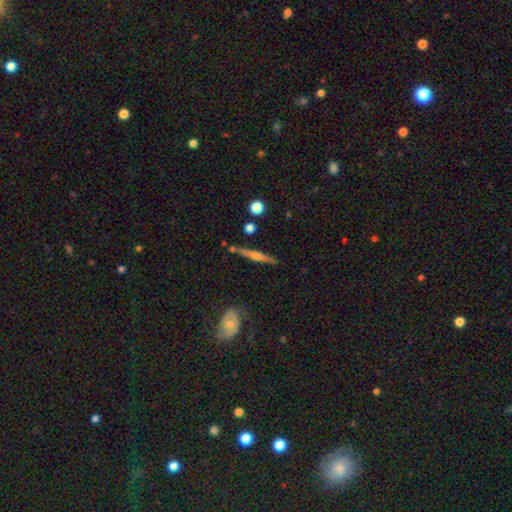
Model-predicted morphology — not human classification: Smooth or featured? Predicted: featured or disk (p=0.66). Edge-on disk? Predicted: yes (p=0.97). Edge-on bulge? Predicted: rounded (p=0.78). Merging? Predicted: none (p=0.84).